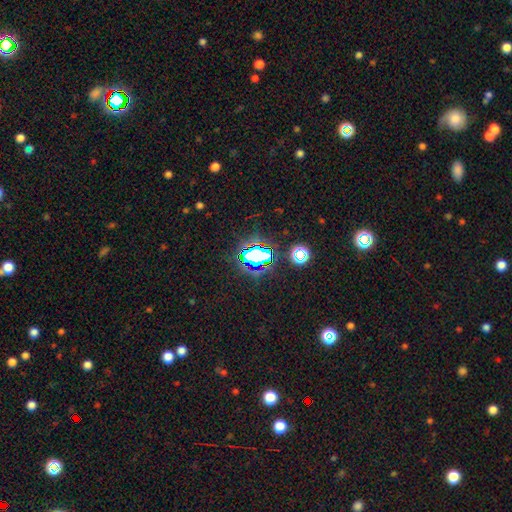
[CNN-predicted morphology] type=star or artifact (70%).